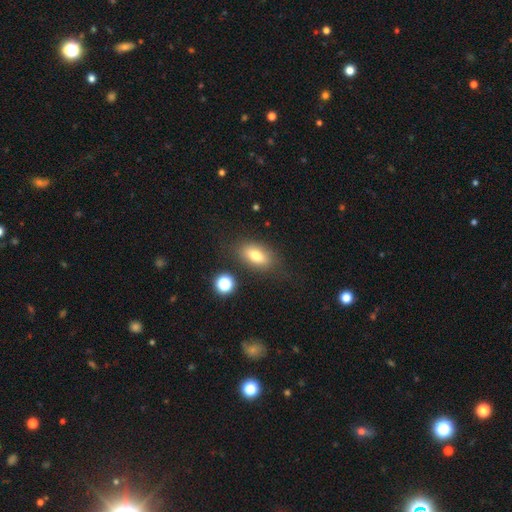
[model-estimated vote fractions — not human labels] Smooth or featured: smooth — 74% (featured or disk — 16%)
How rounded: in between — 84% (round — 9%)
Merging: none — 77% (minor disturbance — 14%)